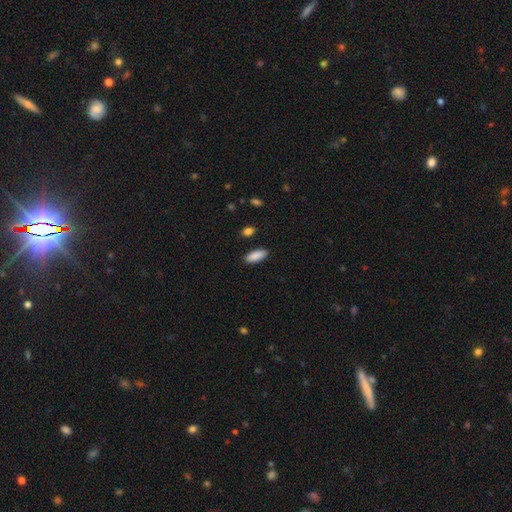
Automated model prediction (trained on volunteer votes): Smooth or featured? Predicted: smooth (p=0.89). How rounded? Predicted: in between (p=0.72). Merging? Predicted: none (p=0.89).